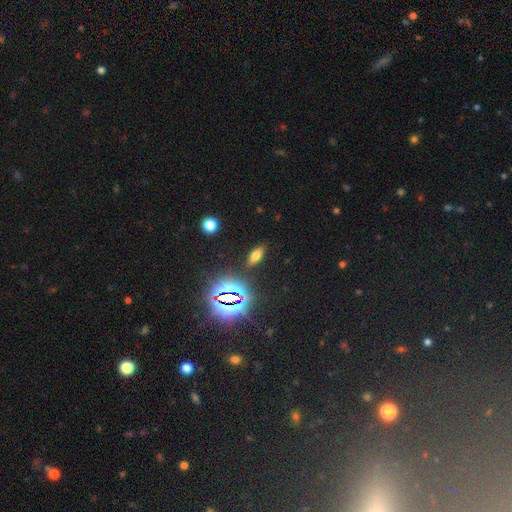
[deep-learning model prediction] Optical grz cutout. It shows a smooth galaxy with no disk features (57%) that is in between round and cigar-shaped (74%). Merging: none (86%).